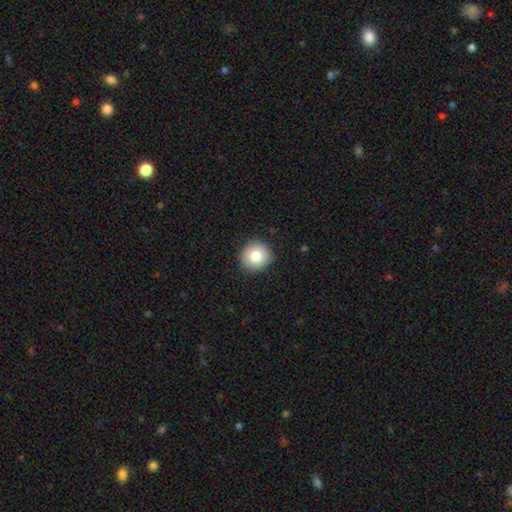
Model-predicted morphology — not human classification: smooth_or_featured: smooth (p=0.82) [alt: featured or disk p=0.09]
how_rounded: round (p=0.91) [alt: in between p=0.08]
merging: none (p=0.90) [alt: minor disturbance p=0.07]